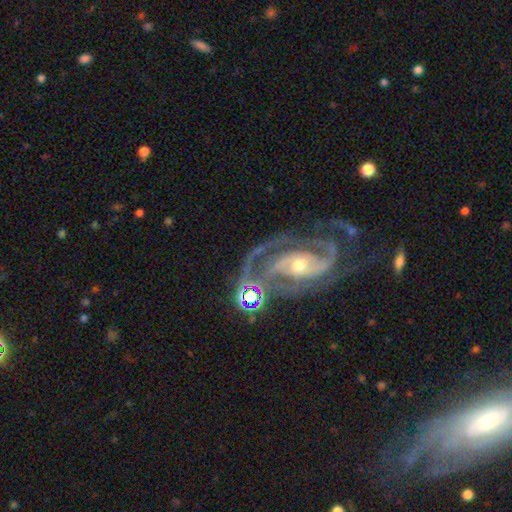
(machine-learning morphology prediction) Smooth or featured? Predicted: featured or disk (p=0.90). Edge-on disk? Predicted: no (p=0.97). Bar? Predicted: no (p=0.41). Spiral arms? Predicted: yes (p=0.98). Spiral winding? Predicted: tight (p=0.48). Spiral arm count? Predicted: 2 (p=0.67). Bulge size? Predicted: small (p=0.53). Merging? Predicted: none (p=0.54).